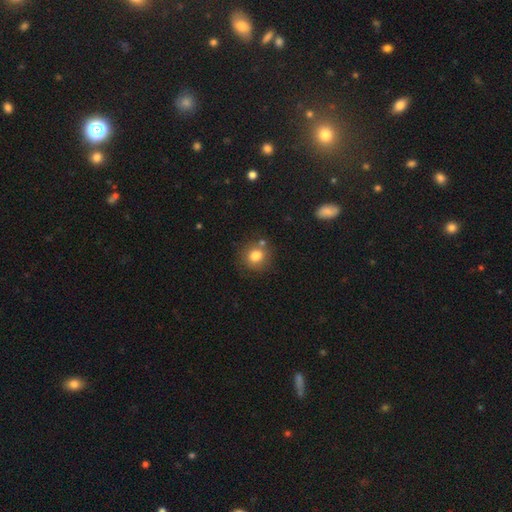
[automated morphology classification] Overall: smooth (80%). How rounded: round (85%). Merging: none (75%).